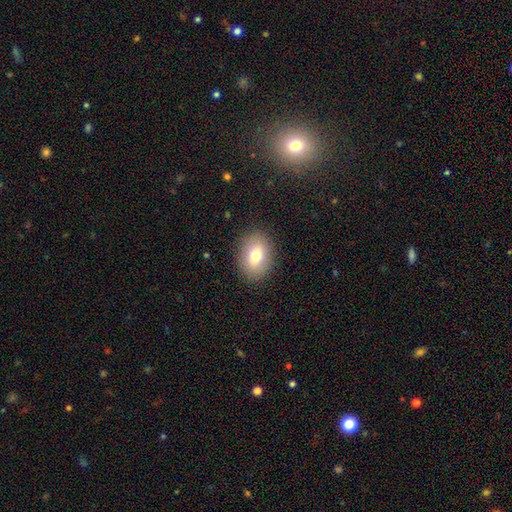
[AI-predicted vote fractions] The model was most divided on "how rounded": in between: 70%, round: 29%, cigar-shaped: 1%. More confident: merging — none (88%); smooth or featured — smooth (75%).